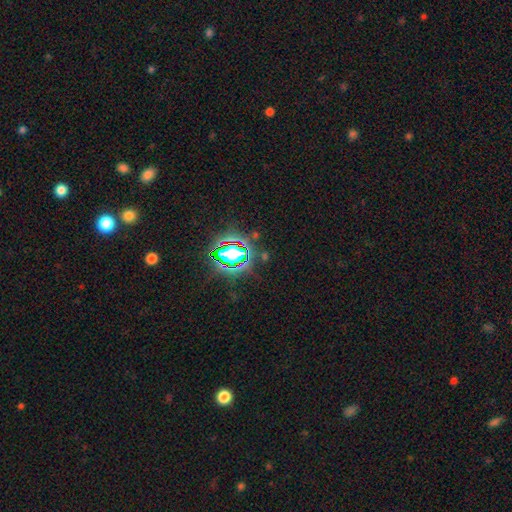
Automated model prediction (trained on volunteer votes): Smooth or featured?
  - star or artifact: 80% *
  - smooth: 13%
  - featured or disk: 8%